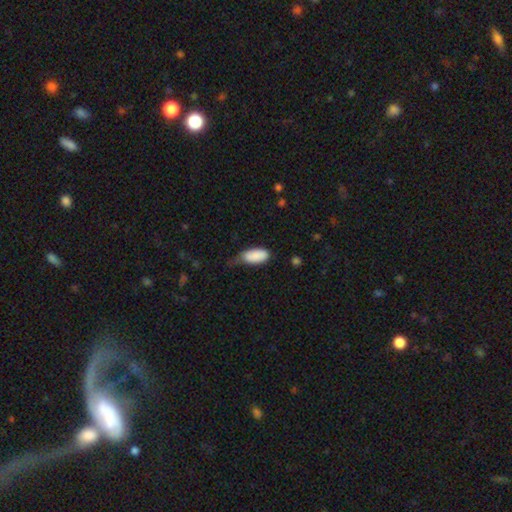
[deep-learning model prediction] Overall: smooth (87%). How rounded: in between (92%). Merging: minor disturbance (48%; none 27%).